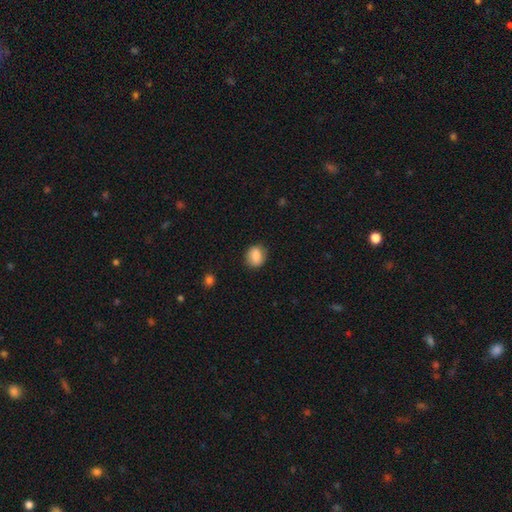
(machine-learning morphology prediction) Q: Smooth or featured?
A: smooth (83%); runner-up: featured or disk (9%)
Q: How rounded?
A: round (57%); runner-up: in between (42%)
Q: Merging?
A: none (83%); runner-up: minor disturbance (12%)